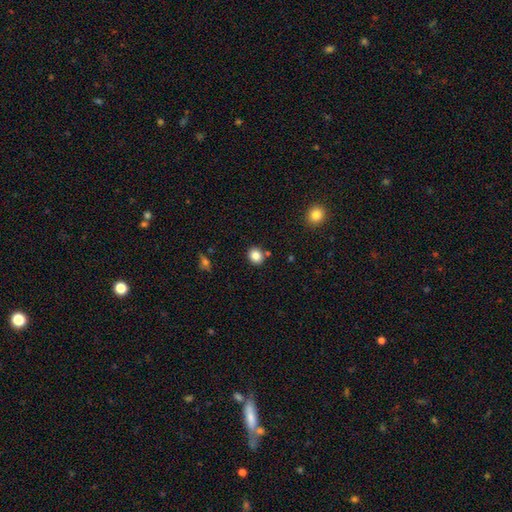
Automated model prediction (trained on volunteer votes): smooth-or-featured: smooth: 84% | star or artifact: 10% | featured or disk: 5%
  how-rounded: round: 73% | in between: 26% | cigar-shaped: 1%
  merging: none: 83% | minor disturbance: 9% | merger: 6% | major disturbance: 2%